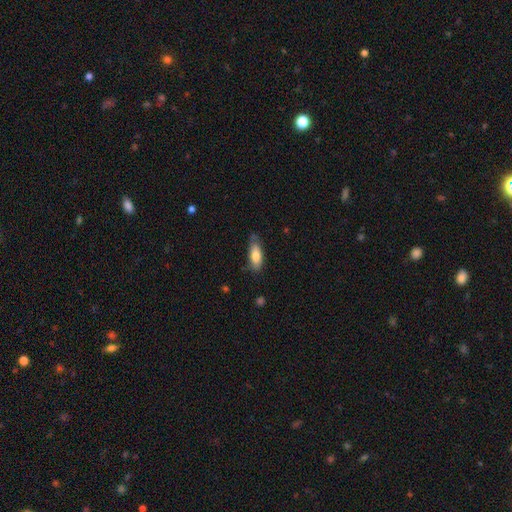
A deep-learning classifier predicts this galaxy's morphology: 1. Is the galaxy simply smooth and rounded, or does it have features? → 77% smooth, 17% featured or disk, 6% star or artifact.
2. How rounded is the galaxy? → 71% in between, 27% cigar-shaped, 2% round.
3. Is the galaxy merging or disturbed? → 66% none, 27% minor disturbance, 5% major disturbance, 2% merger.